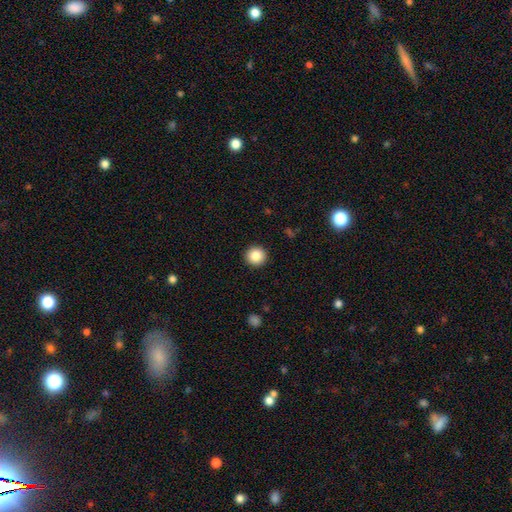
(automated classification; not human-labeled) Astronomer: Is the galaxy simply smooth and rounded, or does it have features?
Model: smooth — 86%.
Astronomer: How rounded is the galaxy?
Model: round — 94%.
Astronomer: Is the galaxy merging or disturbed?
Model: none — 93%.